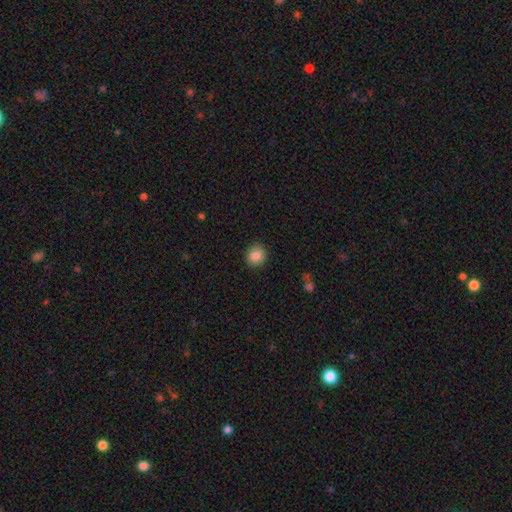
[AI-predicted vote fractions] smooth 86%, star or artifact 9%, featured or disk 5%. Down the decision tree: how rounded — round (86%); merging — none (89%).